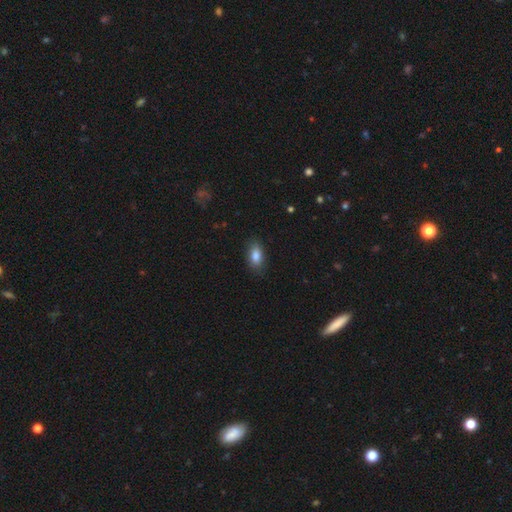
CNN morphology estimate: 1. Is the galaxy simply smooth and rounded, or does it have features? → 85% smooth, 8% star or artifact, 8% featured or disk.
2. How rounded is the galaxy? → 89% in between, 6% round, 5% cigar-shaped.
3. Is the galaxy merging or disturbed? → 83% none, 13% minor disturbance, 3% major disturbance, 1% merger.